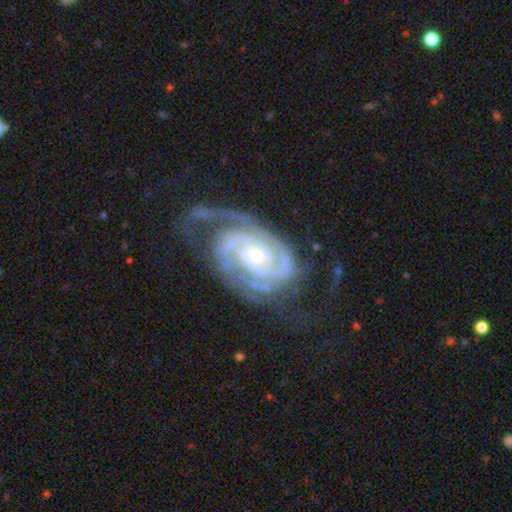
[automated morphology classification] This appears to be a featured or disk galaxy (92%) with no bar (67%), 2 (47%) tight (75%) spiral arms (99%) and a small central bulge (58%). Merging: none (58%).